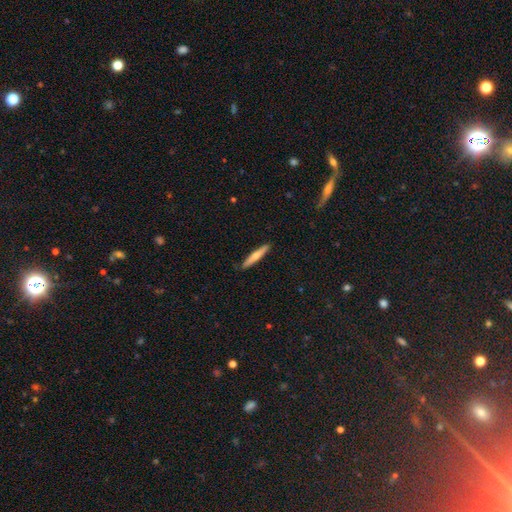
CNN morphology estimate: A smooth galaxy with no disk features (58%) that is cigar-shaped (92%). Merging: none (89%).